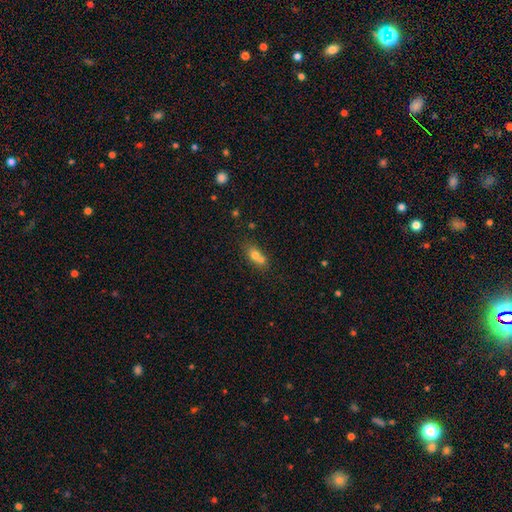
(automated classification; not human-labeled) Smooth or featured? smooth (70%)
How rounded? in between (63%)
Merging? merger (53%)